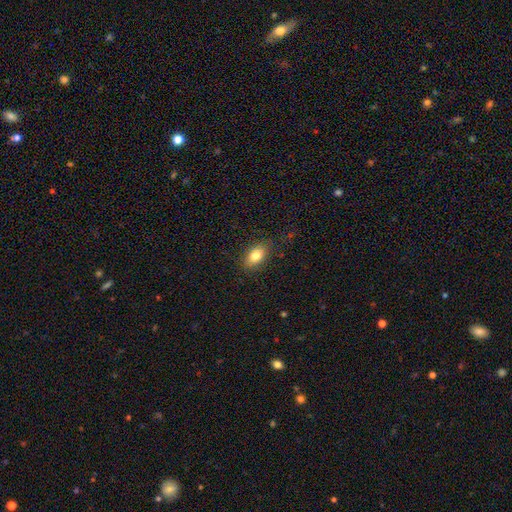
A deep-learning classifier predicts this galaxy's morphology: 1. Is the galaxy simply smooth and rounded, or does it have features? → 81% smooth, 11% featured or disk, 8% star or artifact.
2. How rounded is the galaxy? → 87% in between, 9% round, 4% cigar-shaped.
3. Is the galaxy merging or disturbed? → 84% none, 12% minor disturbance, 3% major disturbance, 1% merger.